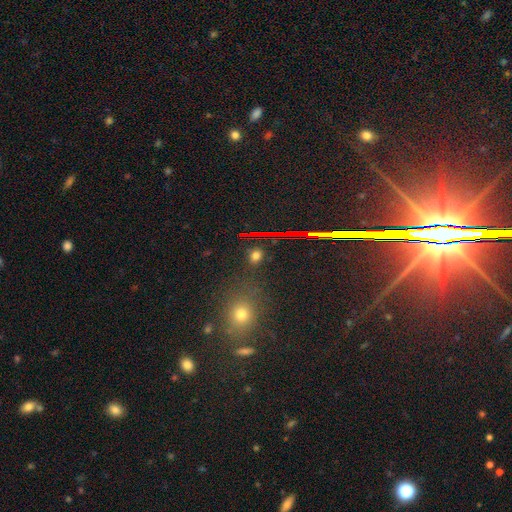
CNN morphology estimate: Smooth or featured? Predicted: smooth (p=0.66). How rounded? Predicted: round (p=0.60). Merging? Predicted: none (p=0.84).